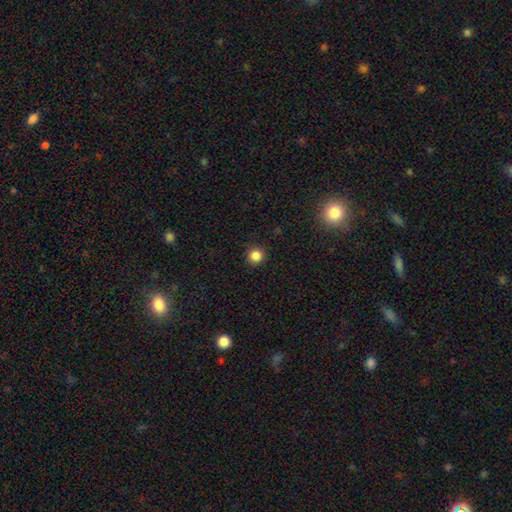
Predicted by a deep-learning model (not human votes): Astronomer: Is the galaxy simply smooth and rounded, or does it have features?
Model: smooth — 85%.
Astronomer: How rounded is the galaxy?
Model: round — 95%.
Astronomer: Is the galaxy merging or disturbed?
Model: none — 92%.